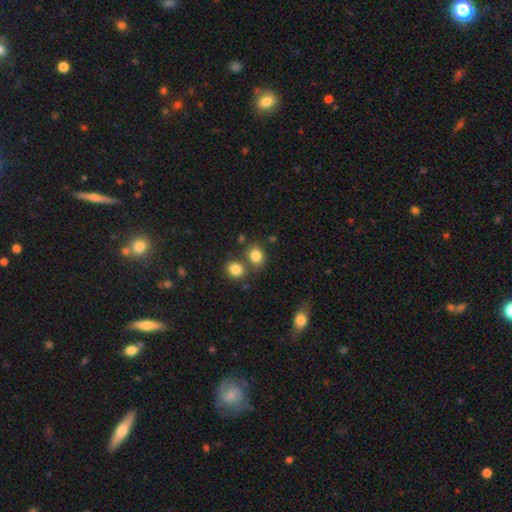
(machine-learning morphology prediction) Smooth or featured: smooth — 83% (star or artifact — 11%)
How rounded: round — 63% (in between — 36%)
Merging: none — 60% (merger — 26%)